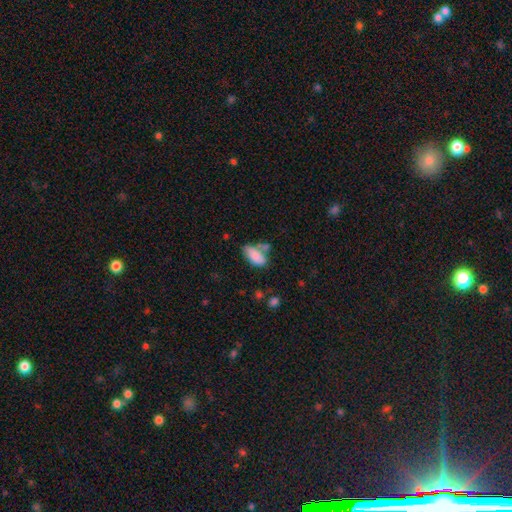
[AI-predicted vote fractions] This is clearly a smooth galaxy (82%). How rounded: clearly in between (89%). Merging: possibly none (45%).